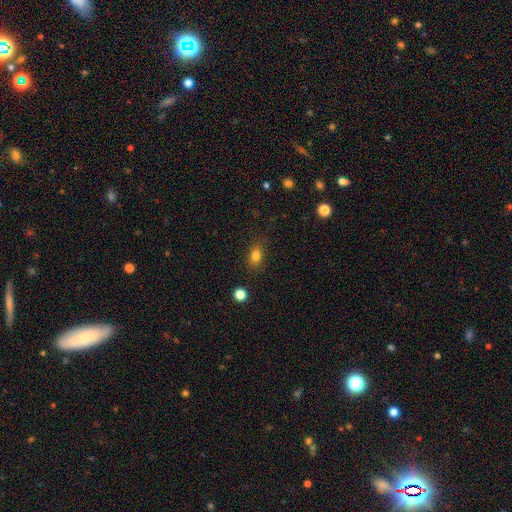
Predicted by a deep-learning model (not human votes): The model was most divided on "how rounded": in between: 70%, round: 28%, cigar-shaped: 2%. More confident: merging — none (83%); smooth or featured — smooth (81%).